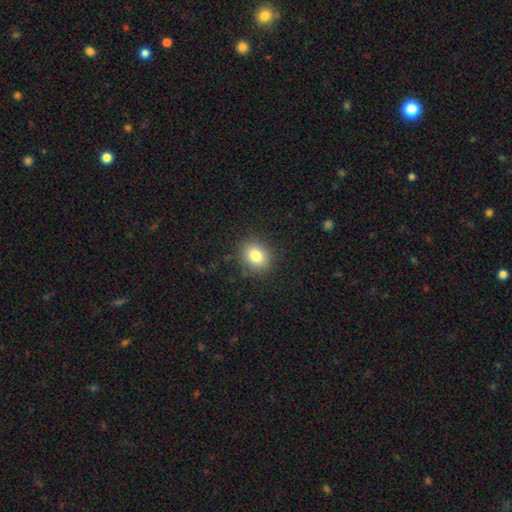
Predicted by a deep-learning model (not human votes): smooth 82%, star or artifact 10%, featured or disk 8%. Down the decision tree: how rounded — round (59%); merging — none (87%).